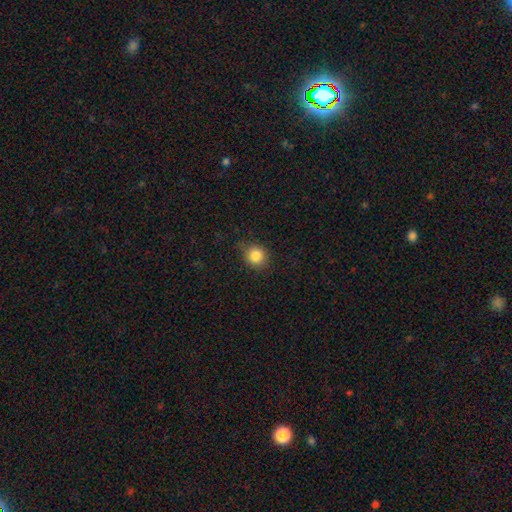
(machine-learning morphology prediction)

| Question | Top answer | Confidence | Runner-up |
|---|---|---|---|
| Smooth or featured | smooth | 84% | star or artifact (10%) |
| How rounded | round | 85% | in between (14%) |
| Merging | none | 81% | minor disturbance (14%) |